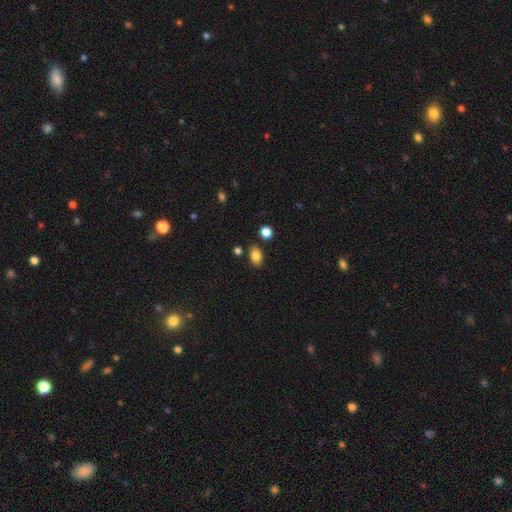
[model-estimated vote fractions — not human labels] Smooth or featured?
  - smooth: 83% *
  - star or artifact: 10%
  - featured or disk: 7%
How rounded?
  - in between: 83% *
  - round: 16%
  - cigar-shaped: 1%
Merging?
  - none: 82% *
  - minor disturbance: 10%
  - merger: 5%
  - major disturbance: 3%